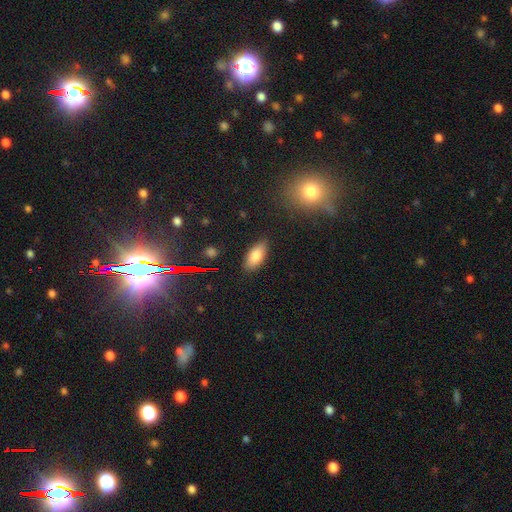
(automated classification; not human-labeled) Smooth or featured? smooth (81%)
How rounded? in between (87%)
Merging? none (84%)